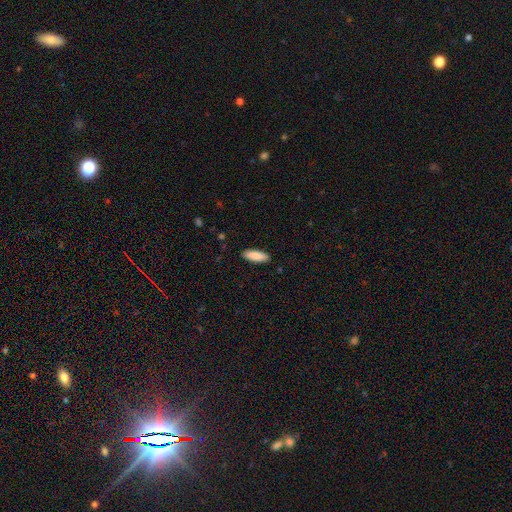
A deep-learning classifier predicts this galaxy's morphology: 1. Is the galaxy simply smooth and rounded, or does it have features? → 89% smooth, 6% featured or disk, 6% star or artifact.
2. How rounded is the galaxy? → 63% in between, 35% cigar-shaped, 2% round.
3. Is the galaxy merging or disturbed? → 90% none, 8% minor disturbance, 2% major disturbance, 1% merger.